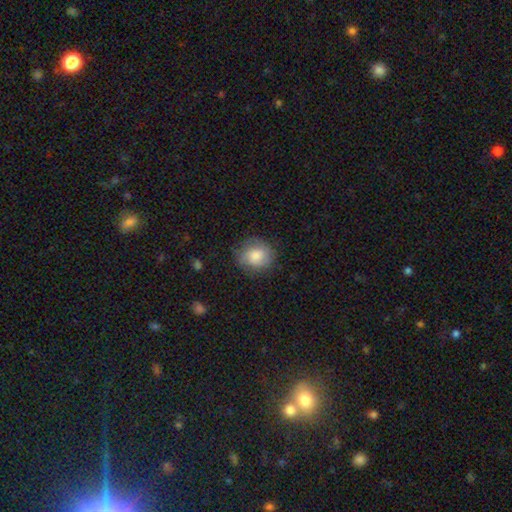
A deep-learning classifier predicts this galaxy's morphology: A smooth galaxy with no disk features (72%) that is round (77%).

Vote fractions:
- Smooth or featured? smooth: 72% / featured or disk: 20% / star or artifact: 8%
- How rounded? round: 77% / in between: 22% / cigar-shaped: 1%
- Merging? none: 77% / minor disturbance: 17% / major disturbance: 5% / merger: 1%